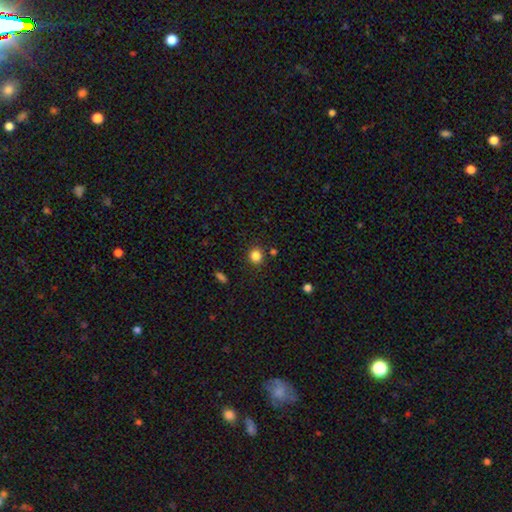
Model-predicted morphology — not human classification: type=smooth (84%); roundness=round (87%); merging=none (87%).